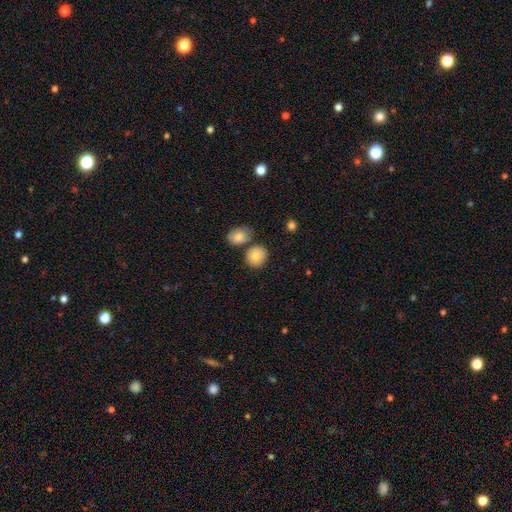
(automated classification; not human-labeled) Overall: smooth (83%). How rounded: round (76%). Merging: none (70%).